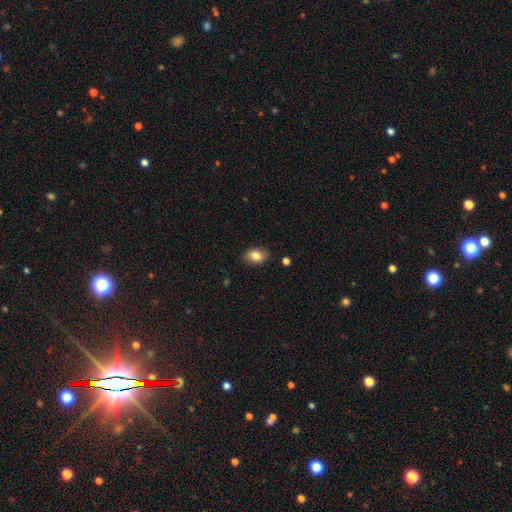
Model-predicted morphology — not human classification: A smooth galaxy with no disk features (83%) that is in between round and cigar-shaped (82%).

Vote fractions:
- Smooth or featured? smooth: 83% / featured or disk: 9% / star or artifact: 8%
- How rounded? in between: 82% / round: 17% / cigar-shaped: 1%
- Merging? none: 86% / minor disturbance: 10% / major disturbance: 2% / merger: 1%